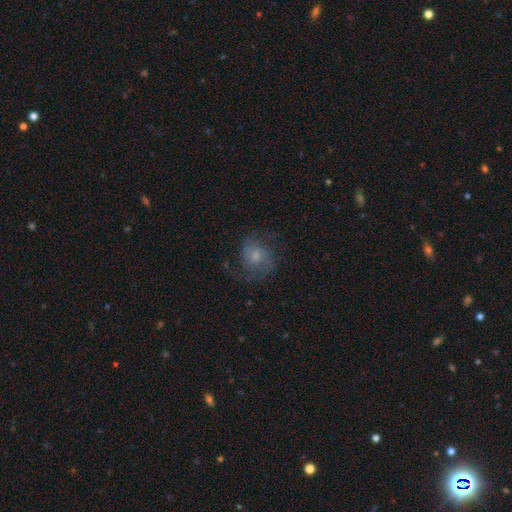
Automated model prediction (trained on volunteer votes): This is possibly a featured or disk galaxy (48%). Merging: possibly none (56%).